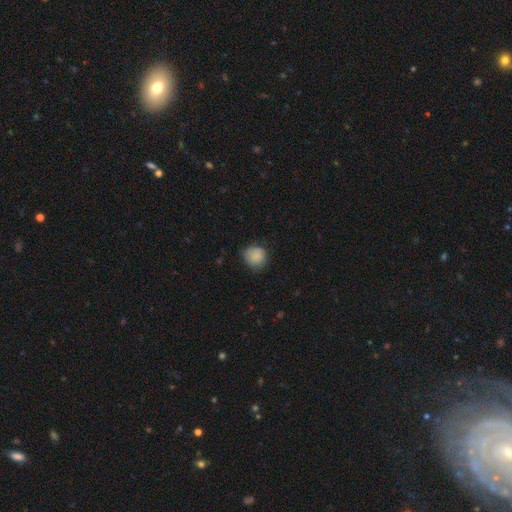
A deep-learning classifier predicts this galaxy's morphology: The model was most divided on "merging": none: 69%, minor disturbance: 25%, major disturbance: 5%, merger: 1%. More confident: how rounded — round (85%); smooth or featured — smooth (84%).